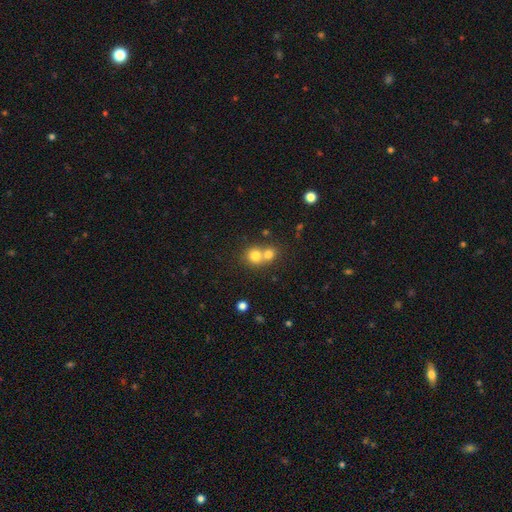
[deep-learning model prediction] The model was most divided on "merging": merger: 58%, none: 35%, minor disturbance: 5%, major disturbance: 2%. More confident: how rounded — round (84%); smooth or featured — smooth (76%).